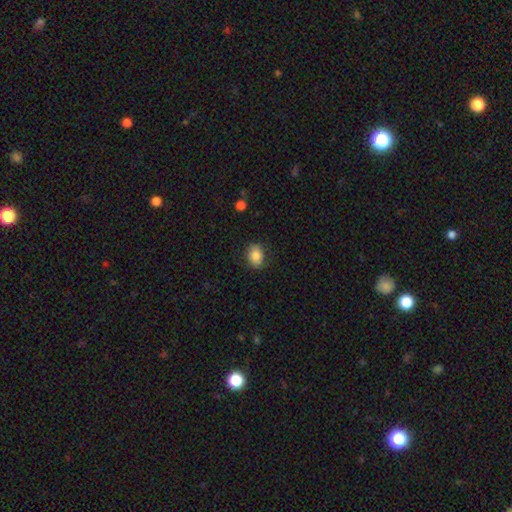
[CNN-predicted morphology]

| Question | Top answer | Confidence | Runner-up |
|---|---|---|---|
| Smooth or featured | smooth | 85% | star or artifact (8%) |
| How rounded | in between | 72% | round (27%) |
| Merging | none | 85% | minor disturbance (11%) |